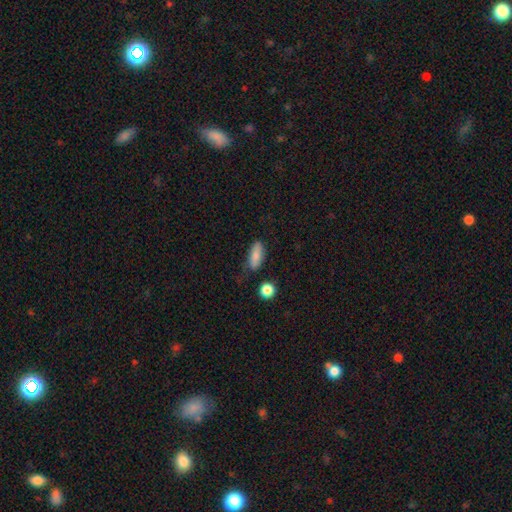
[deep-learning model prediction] Smooth or featured? smooth (82%)
How rounded? in between (71%)
Merging? none (69%)